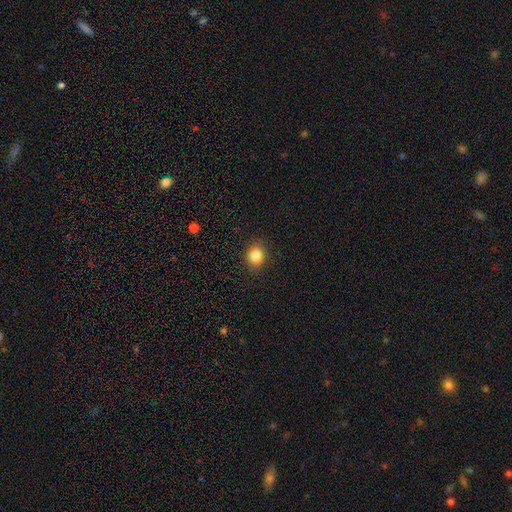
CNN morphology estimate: The model was most divided on "how rounded": round: 70%, in between: 29%, cigar-shaped: 1%. More confident: merging — none (88%); smooth or featured — smooth (85%).